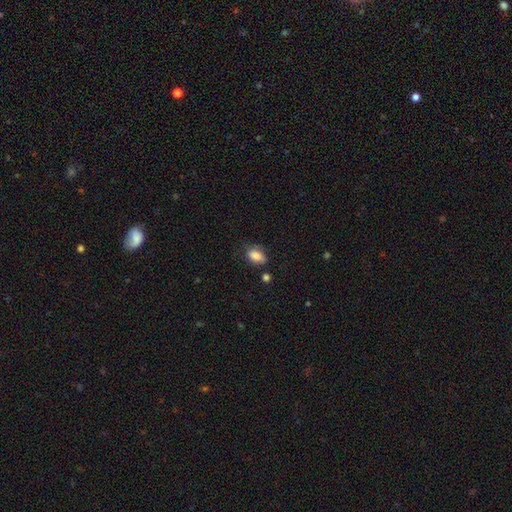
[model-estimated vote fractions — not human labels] A smooth galaxy with no disk features (86%) that is in between round and cigar-shaped (86%). Merging: none (64%).